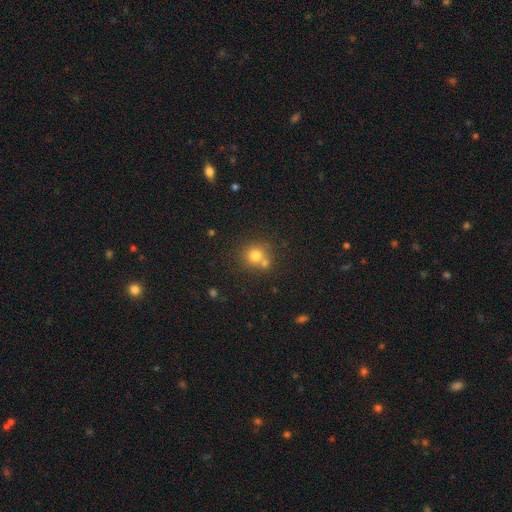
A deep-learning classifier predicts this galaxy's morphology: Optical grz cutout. It shows a smooth galaxy with no disk features (75%) that is round (88%). Merging: none (55%).